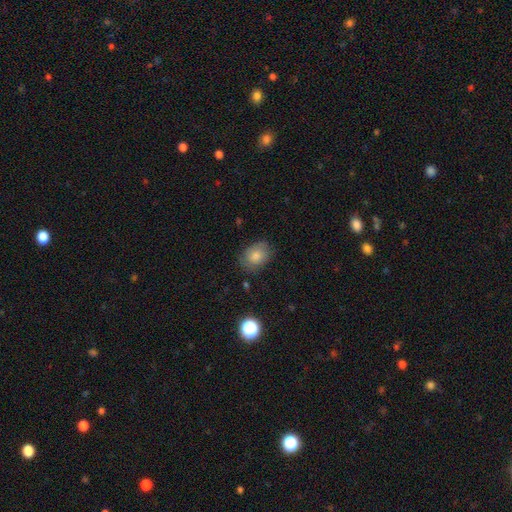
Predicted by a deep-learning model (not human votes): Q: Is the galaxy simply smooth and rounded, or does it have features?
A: smooth — 71%.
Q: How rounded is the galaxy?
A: in between — 64%.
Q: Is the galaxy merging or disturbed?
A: none — 77%.